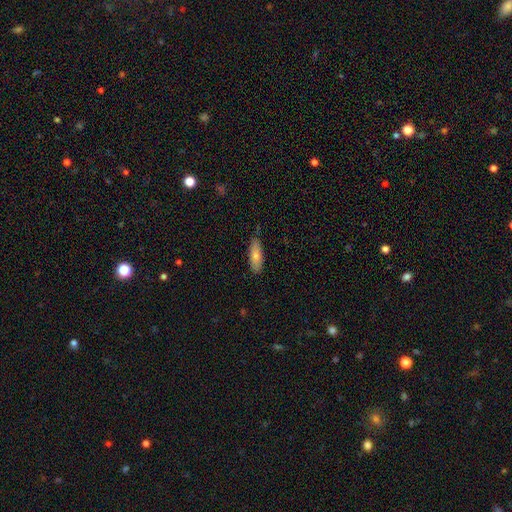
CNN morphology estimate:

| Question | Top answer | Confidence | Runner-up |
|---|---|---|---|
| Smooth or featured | smooth | 74% | featured or disk (19%) |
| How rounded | in between | 66% | cigar-shaped (32%) |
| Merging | none | 81% | minor disturbance (15%) |